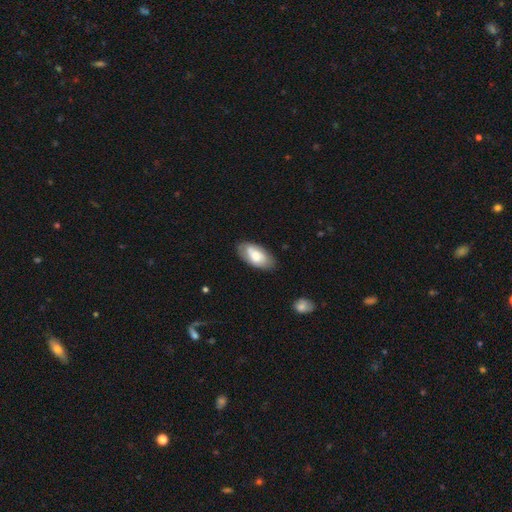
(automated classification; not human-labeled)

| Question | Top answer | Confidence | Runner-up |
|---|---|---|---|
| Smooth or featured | smooth | 69% | featured or disk (25%) |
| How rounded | in between | 93% | cigar-shaped (4%) |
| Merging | none | 78% | minor disturbance (17%) |